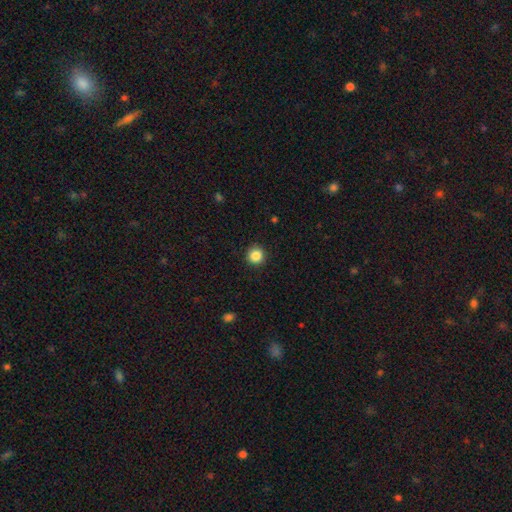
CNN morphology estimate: A smooth galaxy with no disk features (86%) that is round (94%). Merging: none (92%).